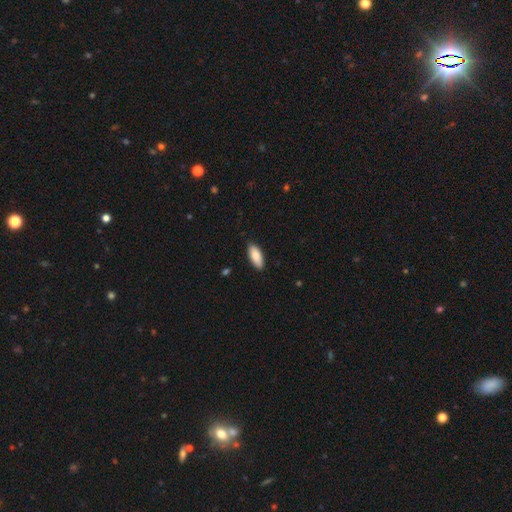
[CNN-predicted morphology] The model was most divided on "how rounded": in between: 85%, cigar-shaped: 13%, round: 2%. More confident: merging — none (87%); smooth or featured — smooth (87%).